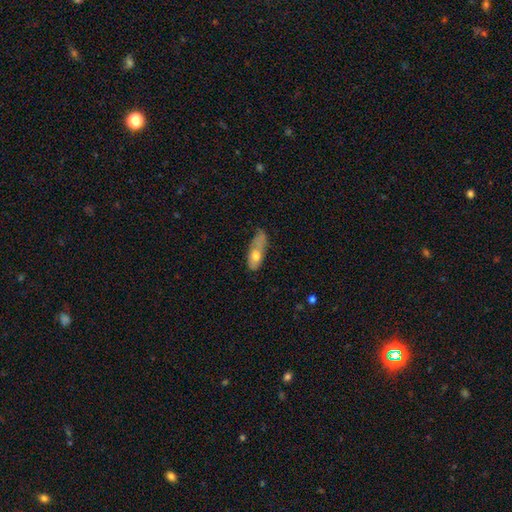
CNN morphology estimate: Smooth or featured: smooth — 51% (featured or disk — 41%)
How rounded: in between — 59% (cigar-shaped — 37%)
Merging: none — 46% (minor disturbance — 31%)